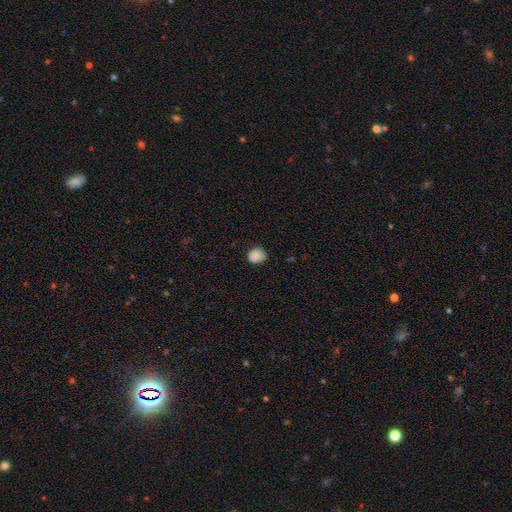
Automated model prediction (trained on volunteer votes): smooth 87%, star or artifact 9%, featured or disk 4%. Down the decision tree: how rounded — round (72%); merging — none (74%).